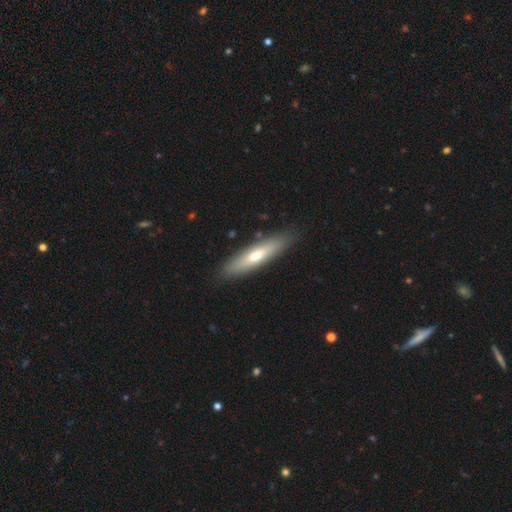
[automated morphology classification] Smooth or featured?
  - smooth: 56% *
  - featured or disk: 38%
  - star or artifact: 6%
How rounded?
  - cigar-shaped: 76% *
  - in between: 22%
  - round: 2%
Merging?
  - none: 87% *
  - minor disturbance: 9%
  - major disturbance: 2%
  - merger: 1%